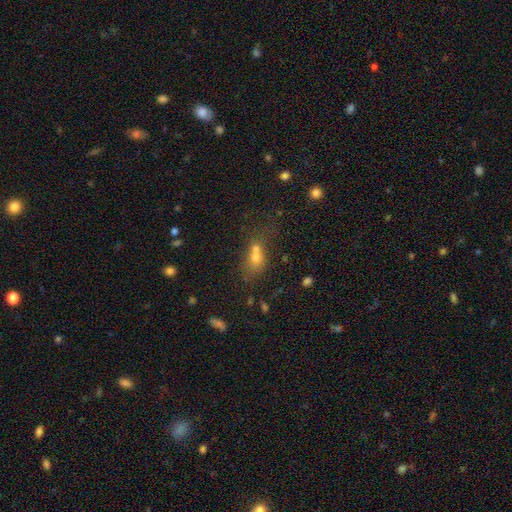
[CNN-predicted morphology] smooth_or_featured: smooth (p=0.61) [alt: star or artifact p=0.22]
how_rounded: in between (p=0.51) [alt: round p=0.43]
merging: merger (p=0.56) [alt: none p=0.28]